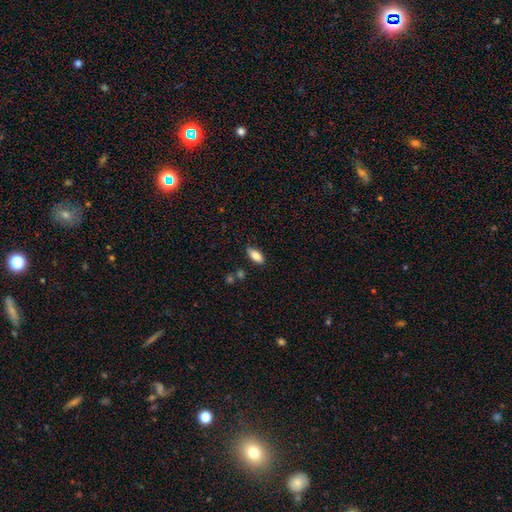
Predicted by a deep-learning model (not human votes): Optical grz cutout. It shows a smooth galaxy with no disk features (83%) that is in between round and cigar-shaped (84%). Merging: none (83%).